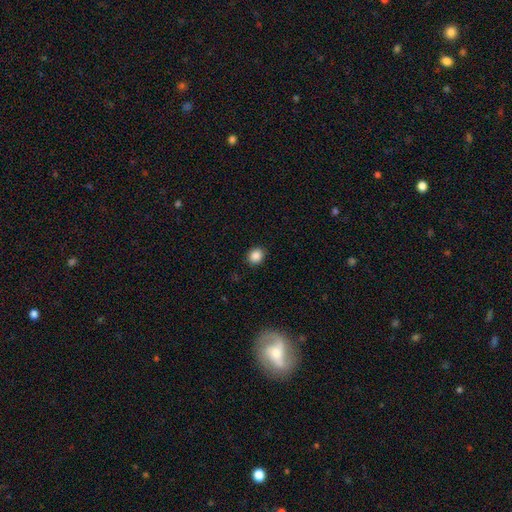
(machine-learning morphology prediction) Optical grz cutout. It shows a smooth galaxy with no disk features (86%) that is round (75%). Merging: none (91%).